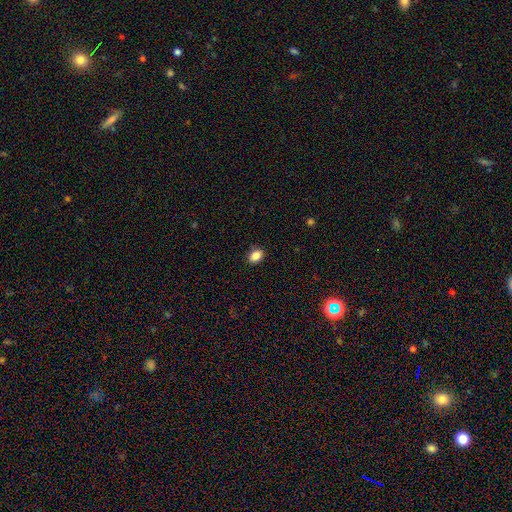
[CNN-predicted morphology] Smooth or featured? smooth (86%)
How rounded? in between (69%)
Merging? none (89%)